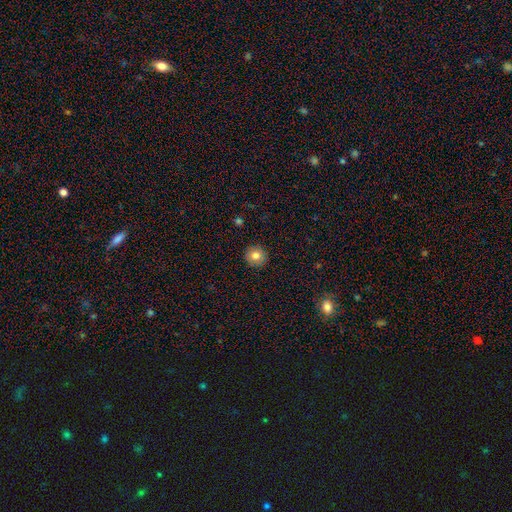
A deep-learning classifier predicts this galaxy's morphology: smooth 81%, star or artifact 9%, featured or disk 9%. Down the decision tree: how rounded — round (93%); merging — none (92%).